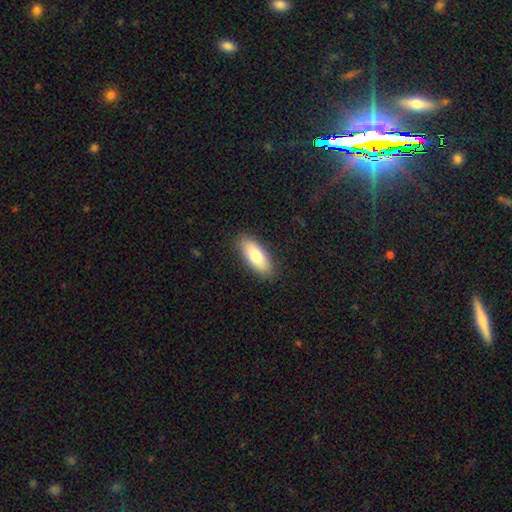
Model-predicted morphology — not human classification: Smooth or featured? Predicted: smooth (p=0.79). How rounded? Predicted: in between (p=0.77). Merging? Predicted: none (p=0.87).